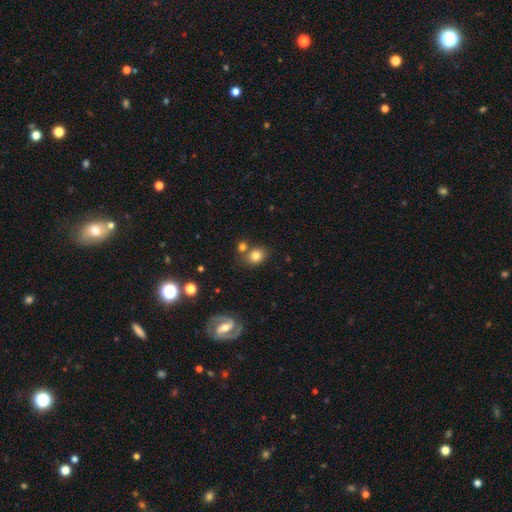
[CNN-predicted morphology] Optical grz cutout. It shows a smooth galaxy with no disk features (80%) that is round (54%). Merging: none (61%).